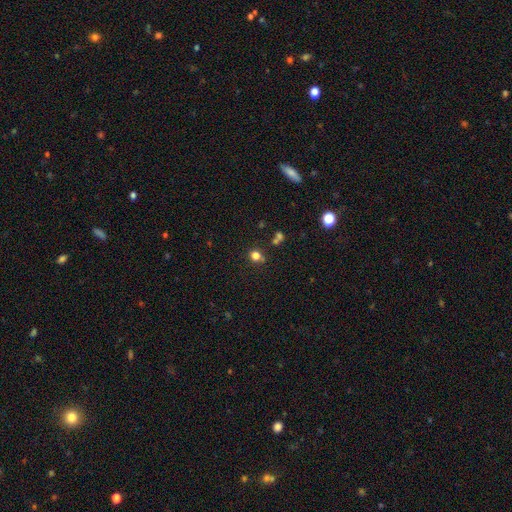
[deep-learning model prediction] Smooth or featured: smooth — 76% (star or artifact — 17%)
How rounded: round — 83% (in between — 16%)
Merging: none — 73% (merger — 12%)